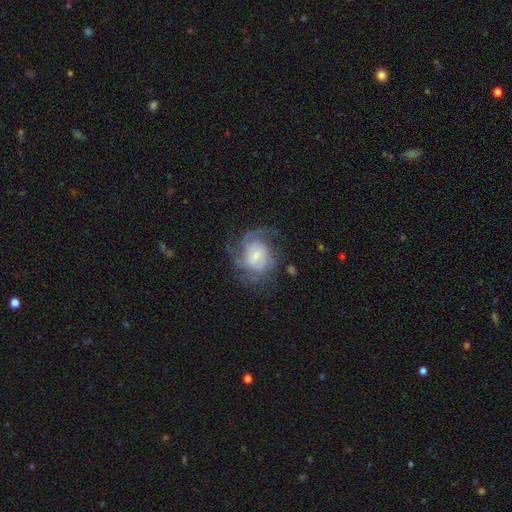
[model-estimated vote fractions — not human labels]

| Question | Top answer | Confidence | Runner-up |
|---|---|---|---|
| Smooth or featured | featured or disk | 77% | smooth (15%) |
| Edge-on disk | no | 98% | yes (2%) |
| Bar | no | 51% | weak (40%) |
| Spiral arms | yes | 92% | no (8%) |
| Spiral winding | tight | 48% | medium (39%) |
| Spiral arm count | can't tell | 35% | 3 (22%) |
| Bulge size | small | 48% | moderate (31%) |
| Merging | none | 64% | minor disturbance (19%) |